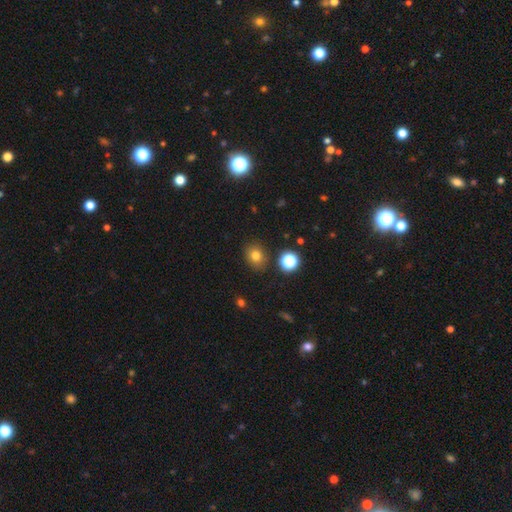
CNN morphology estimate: Smooth or featured? smooth (77%)
How rounded? round (60%)
Merging? none (85%)